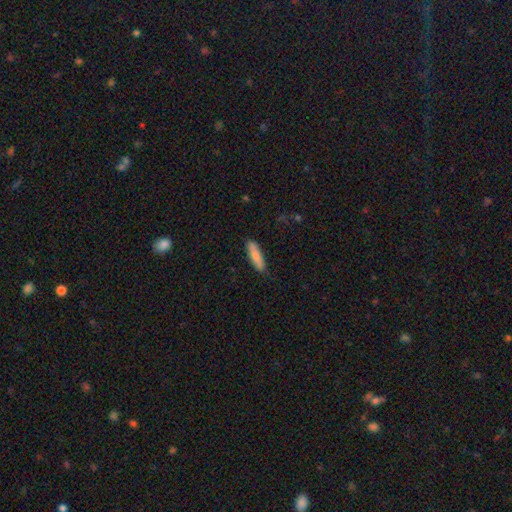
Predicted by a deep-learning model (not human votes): This is clearly a smooth galaxy (83%). How rounded: likely cigar-shaped (67%). Merging: clearly none (86%).